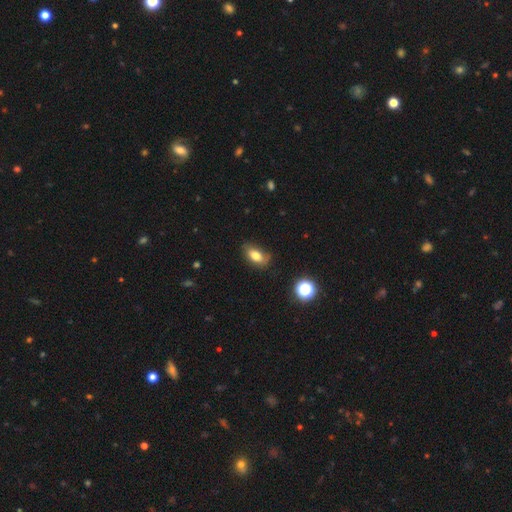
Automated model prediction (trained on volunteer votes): A smooth galaxy with no disk features (76%) that is in between round and cigar-shaped (87%). Merging: none (72%).